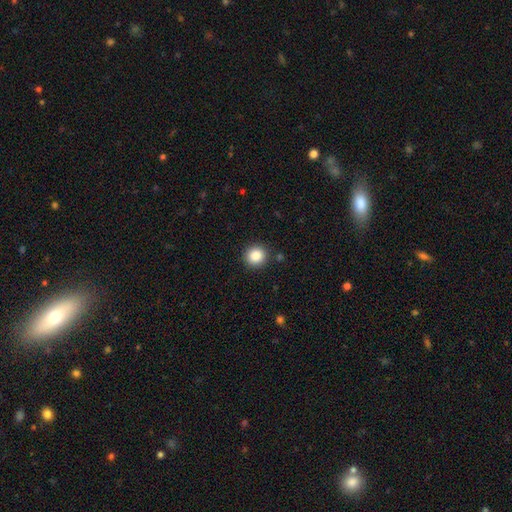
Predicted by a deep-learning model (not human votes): A smooth galaxy with no disk features (87%) that is round (91%).

Vote fractions:
- Smooth or featured? smooth: 87% / star or artifact: 10% / featured or disk: 4%
- How rounded? round: 91% / in between: 8% / cigar-shaped: 1%
- Merging? none: 90% / minor disturbance: 7% / major disturbance: 2% / merger: 2%